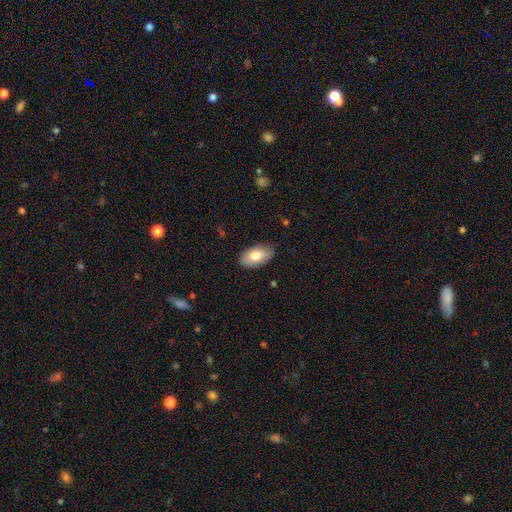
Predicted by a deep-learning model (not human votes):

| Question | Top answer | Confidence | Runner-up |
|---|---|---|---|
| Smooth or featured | smooth | 79% | featured or disk (14%) |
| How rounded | in between | 94% | round (4%) |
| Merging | none | 86% | minor disturbance (11%) |